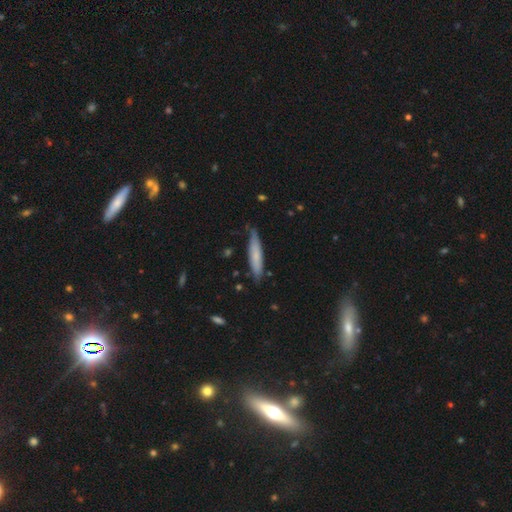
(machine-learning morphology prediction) This appears to be a smooth galaxy with no disk features (68%) that is cigar-shaped (87%). Merging: none (73%).